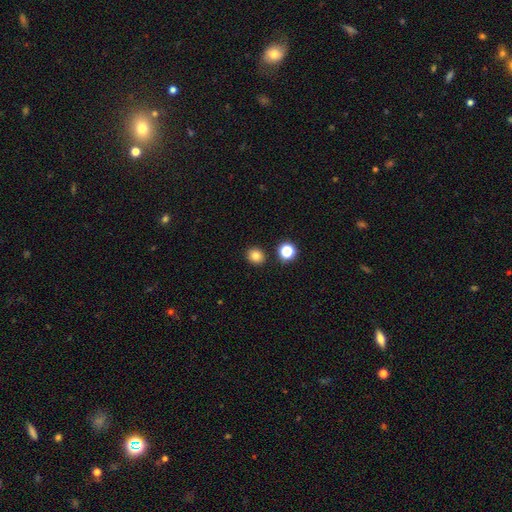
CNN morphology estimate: Smooth or featured? Predicted: smooth (p=0.81). How rounded? Predicted: round (p=0.81). Merging? Predicted: none (p=0.88).